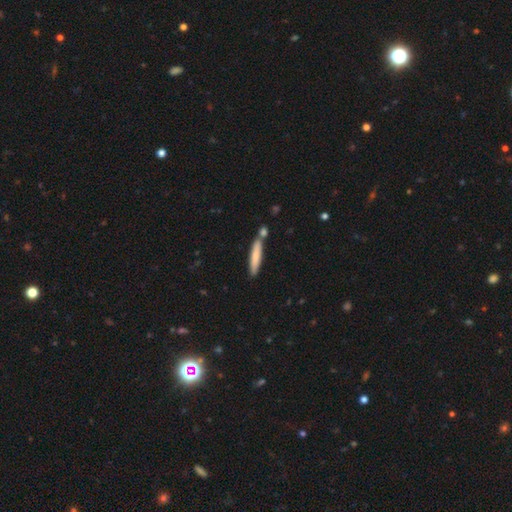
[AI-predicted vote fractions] Overall: smooth (75%). How rounded: cigar-shaped (91%). Merging: none (71%).